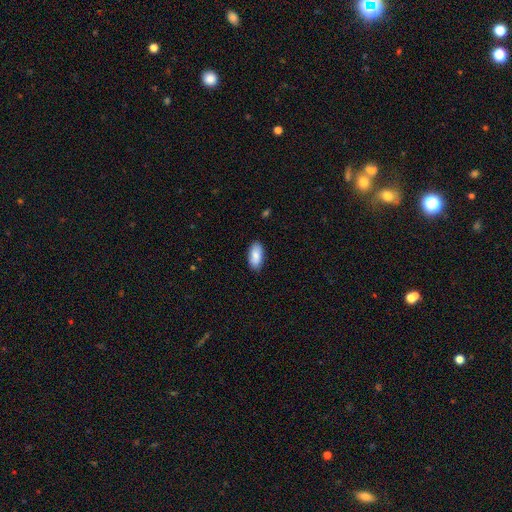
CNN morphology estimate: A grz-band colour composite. It shows a smooth galaxy with no disk features (85%) that is in between round and cigar-shaped (93%). Merging: none (86%).